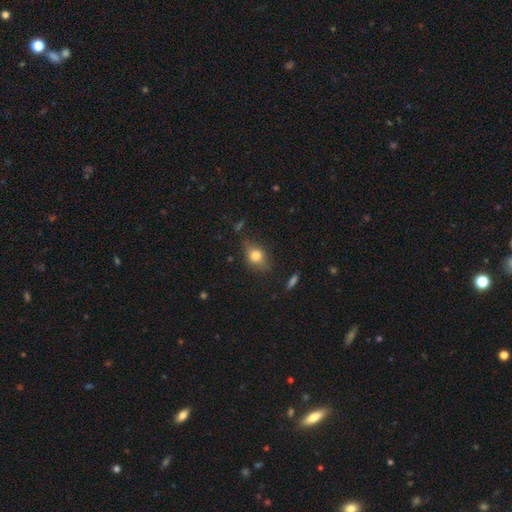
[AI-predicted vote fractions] A smooth galaxy with no disk features (78%) that is in between round and cigar-shaped (67%). Merging: none (73%).